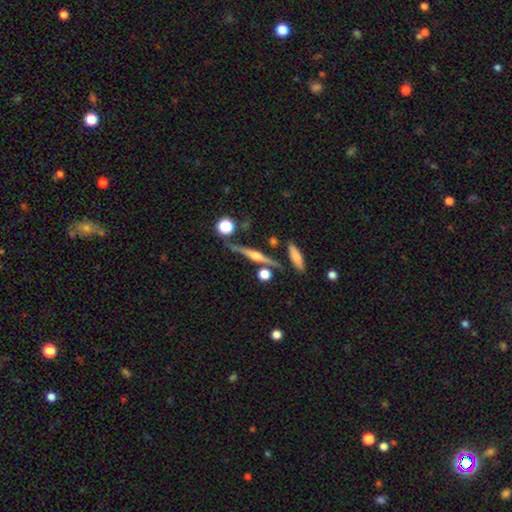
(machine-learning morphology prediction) featured or disk 74%, smooth 18%, star or artifact 8%. Down the decision tree: edge-on disk — yes (96%); edge-on bulge — rounded (83%); merging — none (78%).